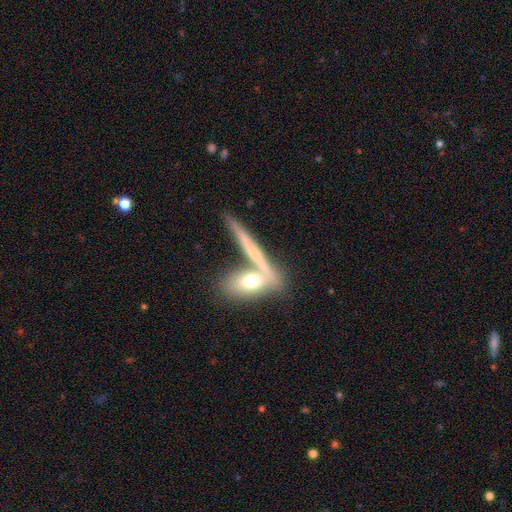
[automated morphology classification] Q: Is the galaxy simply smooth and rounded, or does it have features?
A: smooth — 48%.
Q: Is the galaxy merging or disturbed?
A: none — 48%.